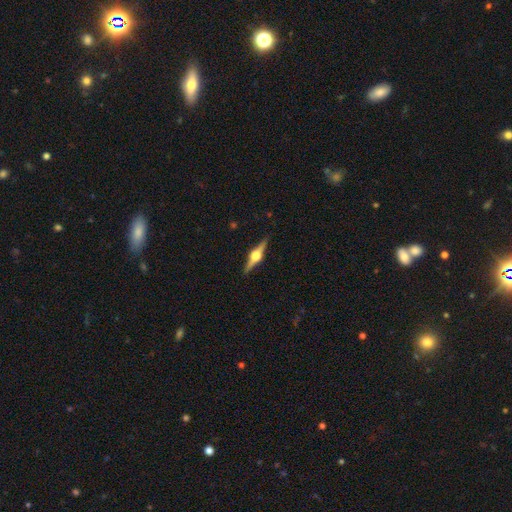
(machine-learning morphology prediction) Smooth or featured?
  - featured or disk: 84% *
  - smooth: 11%
  - star or artifact: 5%
Edge-on disk?
  - yes: 98% *
  - no: 2%
Edge-on bulge?
  - rounded: 95% *
  - boxy: 4%
  - none: 1%
Merging?
  - none: 91% *
  - minor disturbance: 7%
  - major disturbance: 1%
  - merger: 1%